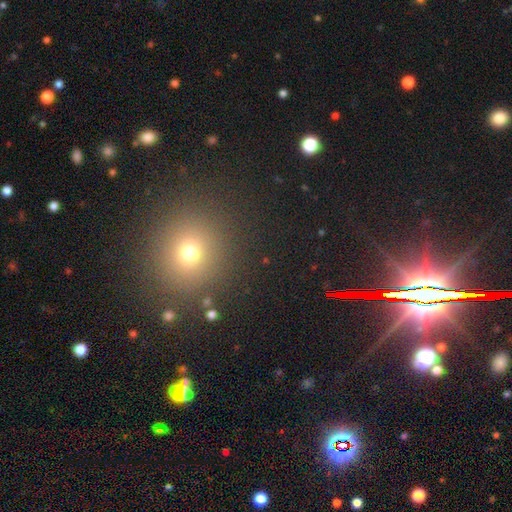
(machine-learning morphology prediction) Q: Smooth or featured?
A: smooth (46%); runner-up: star or artifact (42%)
Q: Merging?
A: none (89%); runner-up: minor disturbance (6%)